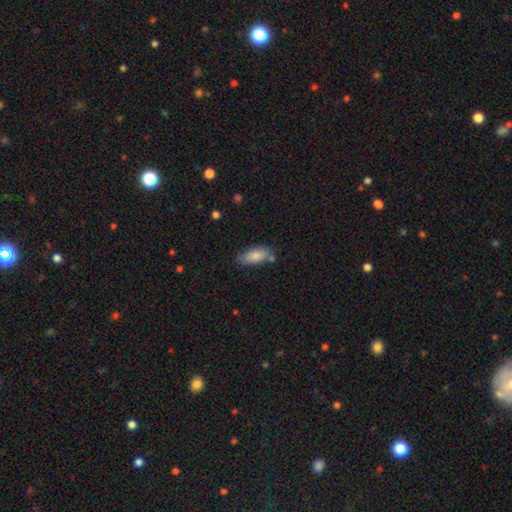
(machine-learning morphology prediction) Smooth or featured? Predicted: smooth (p=0.81). How rounded? Predicted: in between (p=0.88). Merging? Predicted: none (p=0.66).